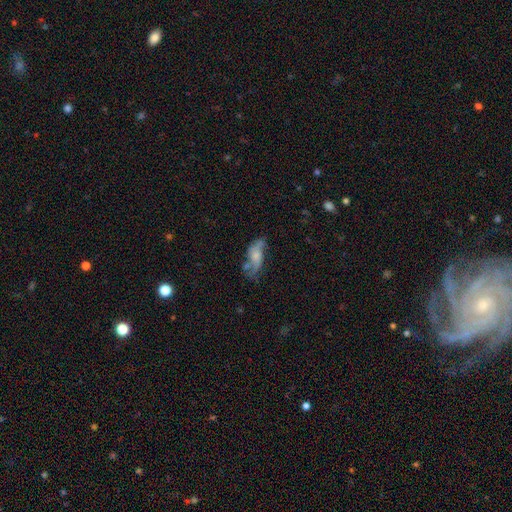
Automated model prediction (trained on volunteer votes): The model was most divided on "smooth or featured": featured or disk: 51%, smooth: 41%, star or artifact: 9%. Remaining: edge-on disk — no (87%); merging — none (39%).